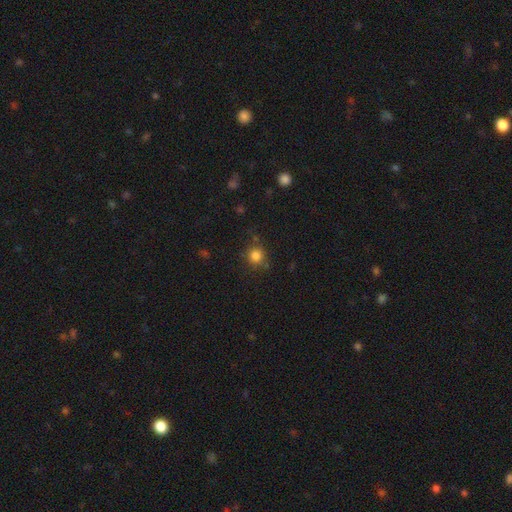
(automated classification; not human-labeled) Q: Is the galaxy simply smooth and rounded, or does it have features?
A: smooth — 82%.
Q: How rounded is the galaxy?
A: round — 91%.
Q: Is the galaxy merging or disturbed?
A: none — 78%.